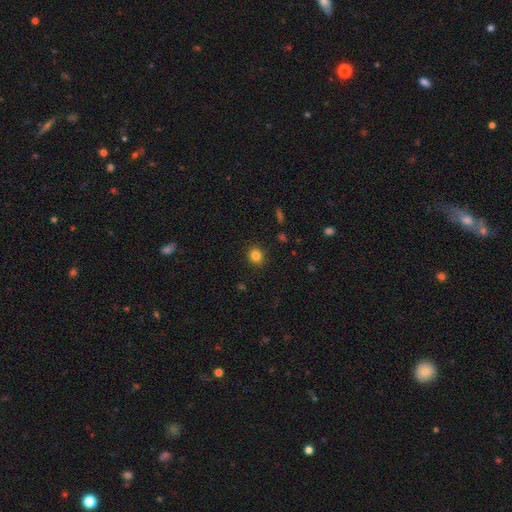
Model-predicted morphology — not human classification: Smooth or featured: smooth — 83% (star or artifact — 12%)
How rounded: round — 81% (in between — 18%)
Merging: none — 90% (minor disturbance — 7%)